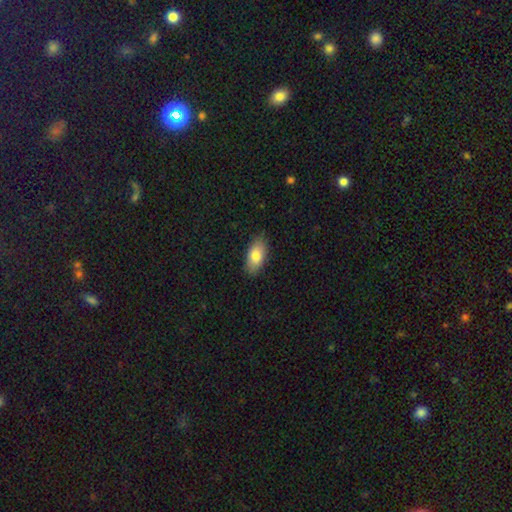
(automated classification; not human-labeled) smooth 81%, featured or disk 12%, star or artifact 6%. Down the decision tree: how rounded — in between (91%); merging — none (86%).